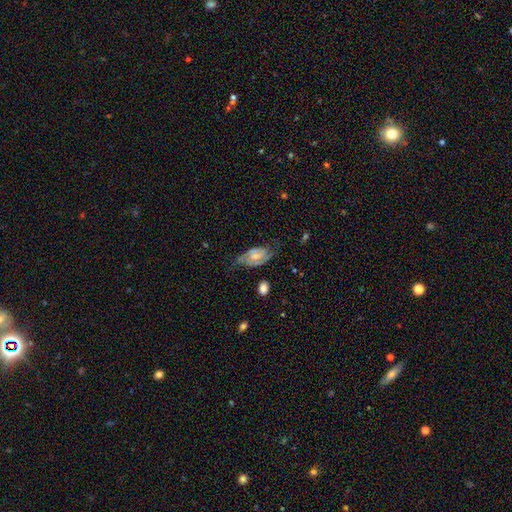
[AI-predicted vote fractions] A featured or disk galaxy (68%) with a weak bar (48%), 2 (80%) medium (45%) spiral arms (87%) and a small central bulge (37%, tied with moderate).

Vote fractions:
- Smooth or featured? featured or disk: 68% / smooth: 24% / star or artifact: 8%
- Edge-on disk? no: 95% / yes: 5%
- Bar? weak: 48% / no: 38% / strong: 14%
- Spiral arms? yes: 87% / no: 13%
- Spiral winding? medium: 45% / tight: 37% / loose: 18%
- Spiral arm count? 2: 80% / can't tell: 12% / 1: 4% / 3: 2% / 4: 1% / more than 4: 1%
- Bulge size? small: 37% (tied) / moderate: 37% (tied) / none: 17% / large: 7% / dominant: 2%
- Merging? none: 53% / minor disturbance: 29% / major disturbance: 15% / merger: 3%